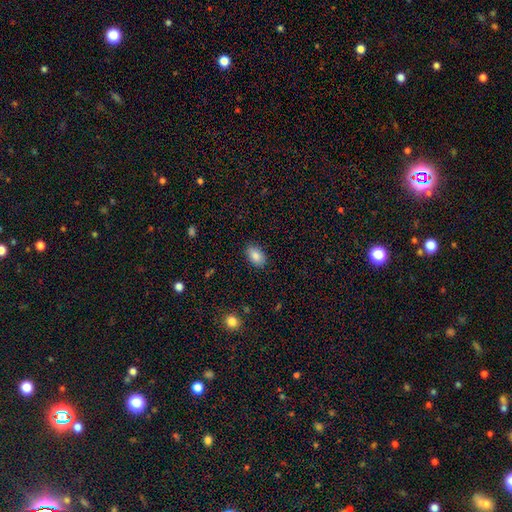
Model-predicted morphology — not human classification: type=smooth (85%); roundness=in between (88%); merging=none (86%).